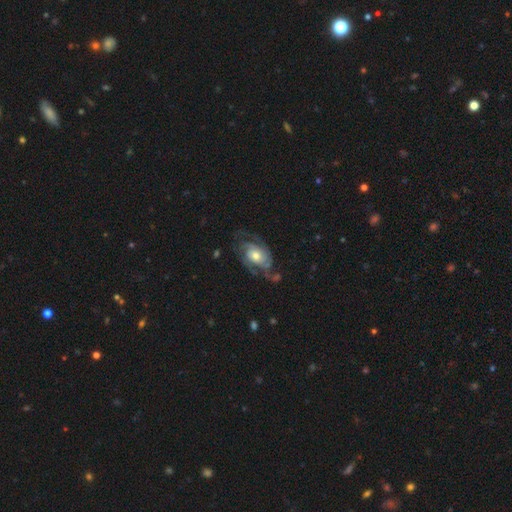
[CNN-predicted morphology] Smooth or featured: featured or disk — 86% (smooth — 9%)
Edge-on disk: no — 97% (yes — 3%)
Bar: no — 71% (weak — 23%)
Spiral arms: yes — 96% (no — 4%)
Spiral winding: medium — 43% (tight — 40%)
Spiral arm count: 2 — 41% (3 — 27%)
Bulge size: moderate — 61% (small — 22%)
Merging: none — 62% (minor disturbance — 19%)